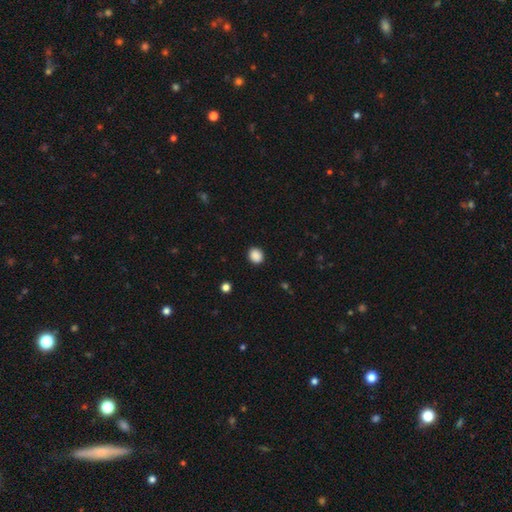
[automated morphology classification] type=smooth (88%); roundness=round (69%); merging=none (90%).